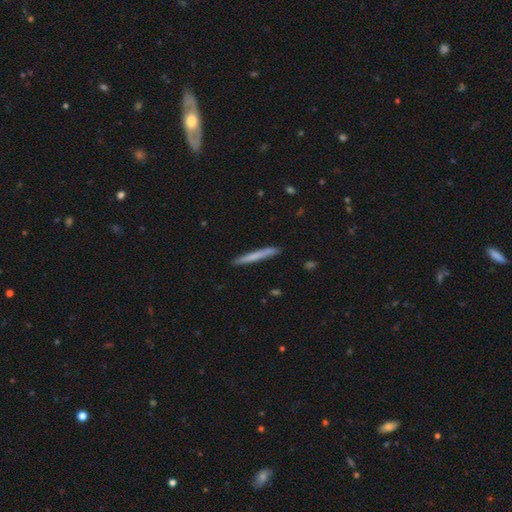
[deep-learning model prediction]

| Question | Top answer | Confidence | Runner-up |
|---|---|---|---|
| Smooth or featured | smooth | 68% | featured or disk (27%) |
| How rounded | cigar-shaped | 97% | in between (2%) |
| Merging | none | 91% | minor disturbance (7%) |